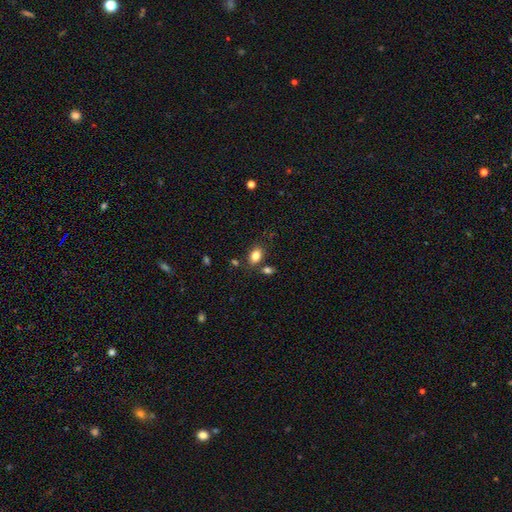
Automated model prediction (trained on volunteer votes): smooth 83%, star or artifact 9%, featured or disk 7%. Down the decision tree: how rounded — in between (85%); merging — none (76%).